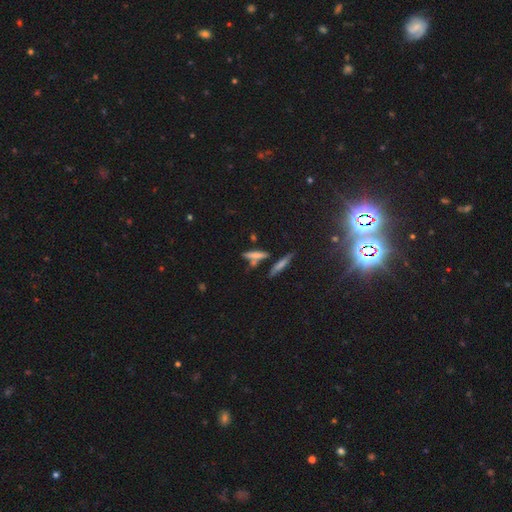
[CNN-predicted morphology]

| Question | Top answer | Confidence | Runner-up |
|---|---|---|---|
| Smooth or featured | smooth | 55% | featured or disk (31%) |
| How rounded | cigar-shaped | 78% | in between (17%) |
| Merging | none | 63% | merger (19%) |